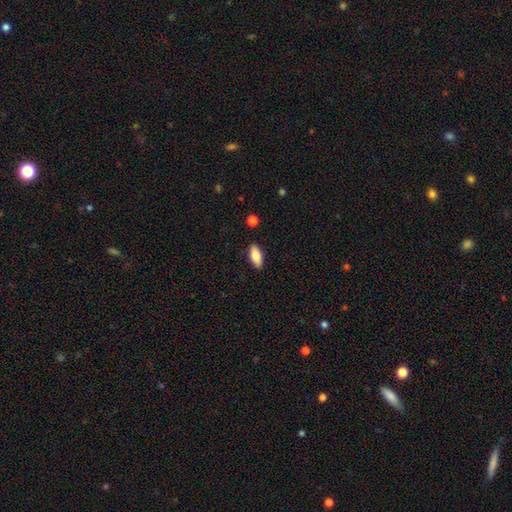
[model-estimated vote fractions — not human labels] Smooth or featured?
  - smooth: 77% *
  - featured or disk: 16%
  - star or artifact: 7%
How rounded?
  - in between: 82% *
  - cigar-shaped: 15%
  - round: 3%
Merging?
  - none: 88% *
  - minor disturbance: 9%
  - major disturbance: 2%
  - merger: 2%